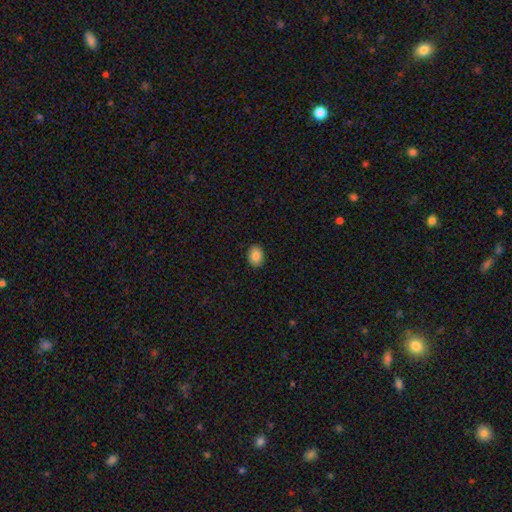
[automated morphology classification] This appears to be a smooth galaxy with no disk features (86%) that is in between round and cigar-shaped (63%). Merging: none (90%).